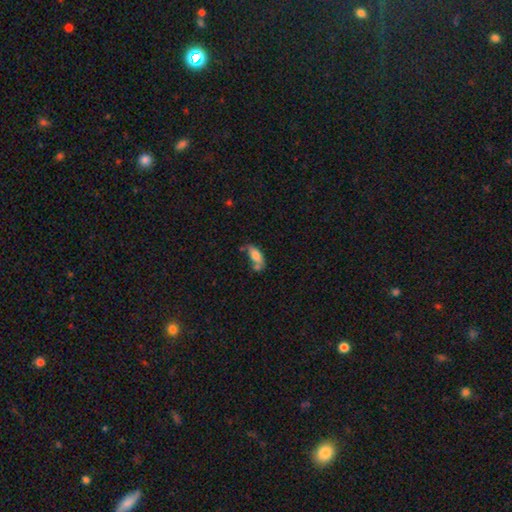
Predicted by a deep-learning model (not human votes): Morphology: type=smooth (73%); roundness=in between (77%); merging=none (36%).